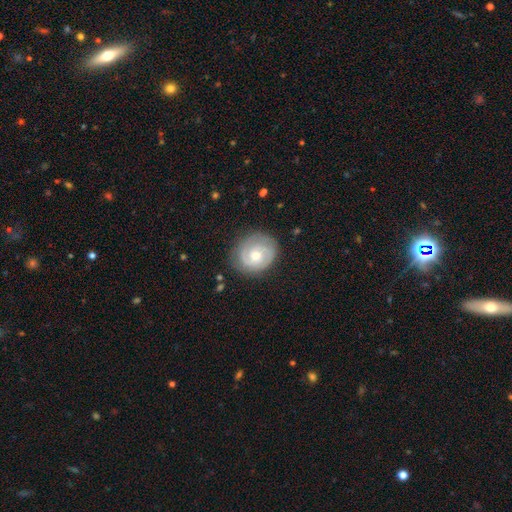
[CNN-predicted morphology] Smooth or featured?
  - featured or disk: 80% *
  - smooth: 15%
  - star or artifact: 5%
Edge-on disk?
  - no: 98% *
  - yes: 2%
Bar?
  - no: 67% *
  - weak: 29%
  - strong: 5%
Spiral arms?
  - yes: 95% *
  - no: 5%
Spiral winding?
  - tight: 66% *
  - medium: 28%
  - loose: 7%
Spiral arm count?
  - 2: 69% *
  - can't tell: 12%
  - 3: 9%
  - 1: 7%
  - 4: 2%
  - more than 4: 2%
Bulge size?
  - moderate: 60% *
  - small: 35%
  - large: 3%
  - none: 1%
  - dominant: 1%
Merging?
  - none: 81% *
  - minor disturbance: 13%
  - major disturbance: 4%
  - merger: 1%